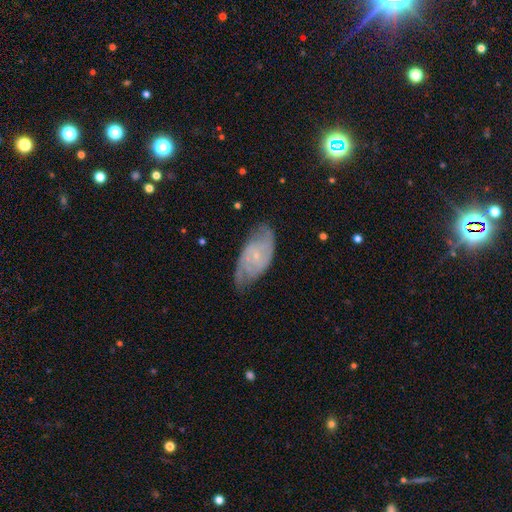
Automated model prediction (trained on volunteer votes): This appears to be a featured or disk galaxy (76%) with no bar (58%), 2 (61%) tight (43%) spiral arms (92%) and a small central bulge (82%). Merging: none (68%).